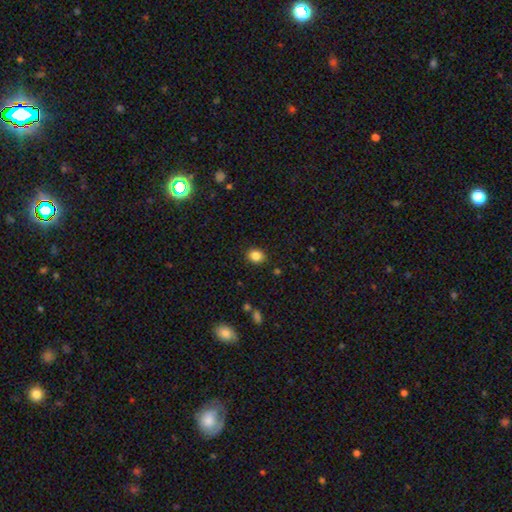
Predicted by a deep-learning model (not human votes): smooth 85%, star or artifact 10%, featured or disk 5%. Down the decision tree: how rounded — round (63%); merging — none (88%).